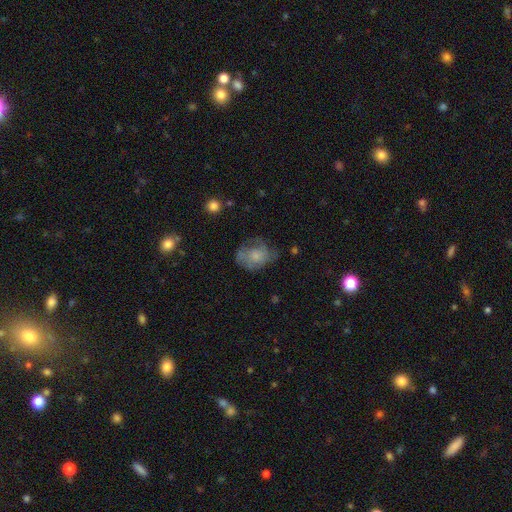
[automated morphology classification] A smooth galaxy with no disk features (58%) that is in between round and cigar-shaped (57%). Merging: none (43%).